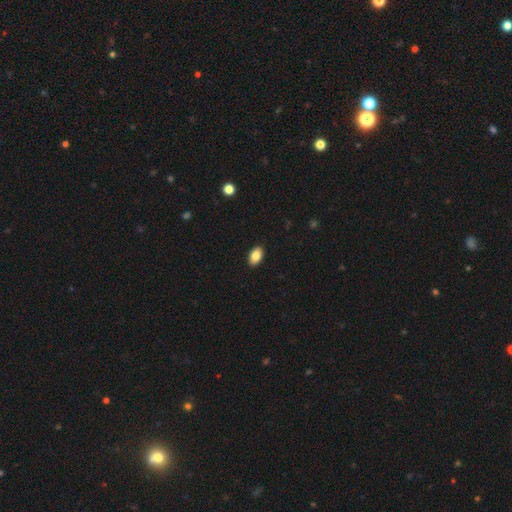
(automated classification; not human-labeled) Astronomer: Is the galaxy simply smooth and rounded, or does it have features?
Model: smooth — 85%.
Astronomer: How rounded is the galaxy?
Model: in between — 92%.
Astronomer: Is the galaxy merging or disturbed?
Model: none — 91%.